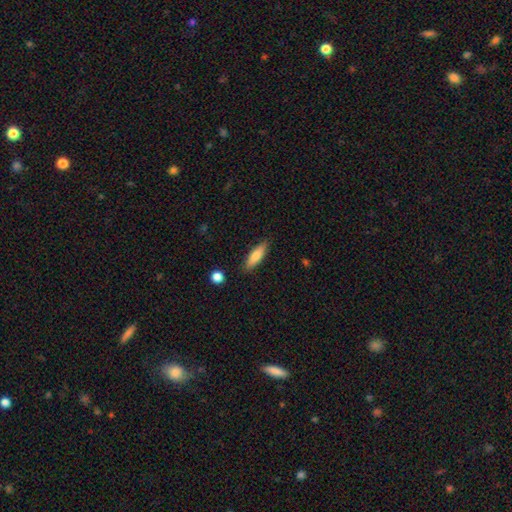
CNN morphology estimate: Smooth or featured? Predicted: smooth (p=0.76). How rounded? Predicted: cigar-shaped (p=0.54). Merging? Predicted: none (p=0.86).